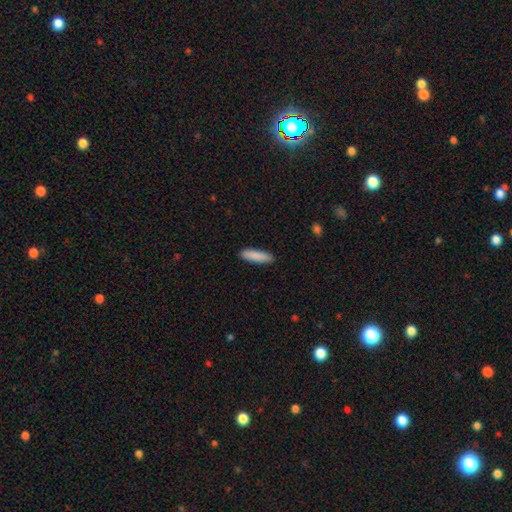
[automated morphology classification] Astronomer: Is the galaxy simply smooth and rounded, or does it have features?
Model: smooth — 88%.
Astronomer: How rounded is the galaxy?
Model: cigar-shaped — 67%.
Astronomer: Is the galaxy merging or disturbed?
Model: none — 89%.